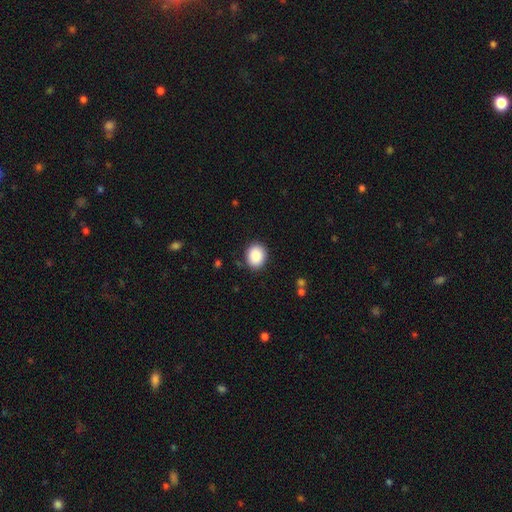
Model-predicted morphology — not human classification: Smooth or featured?
  - smooth: 89% *
  - star or artifact: 7%
  - featured or disk: 4%
How rounded?
  - round: 60% *
  - in between: 39%
  - cigar-shaped: 1%
Merging?
  - none: 88% *
  - minor disturbance: 8%
  - major disturbance: 2%
  - merger: 1%